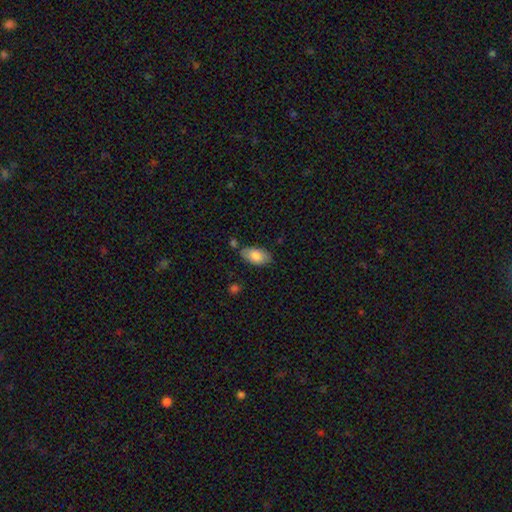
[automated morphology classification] Overall: smooth (80%). How rounded: in between (94%). Merging: none (74%).